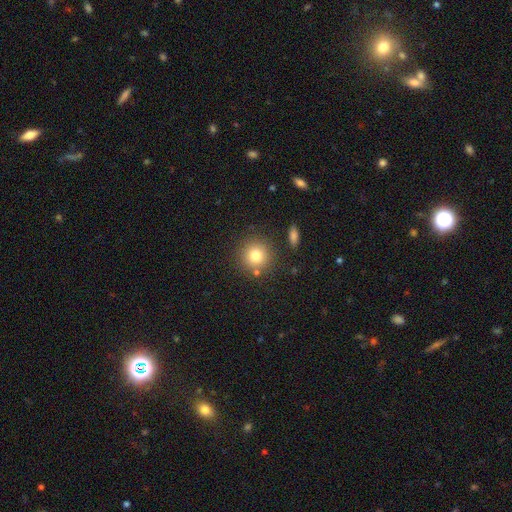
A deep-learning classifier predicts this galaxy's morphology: Smooth or featured?
  - smooth: 78% *
  - star or artifact: 12%
  - featured or disk: 10%
How rounded?
  - round: 93% *
  - in between: 6%
  - cigar-shaped: 1%
Merging?
  - none: 82% *
  - minor disturbance: 8%
  - merger: 7%
  - major disturbance: 3%